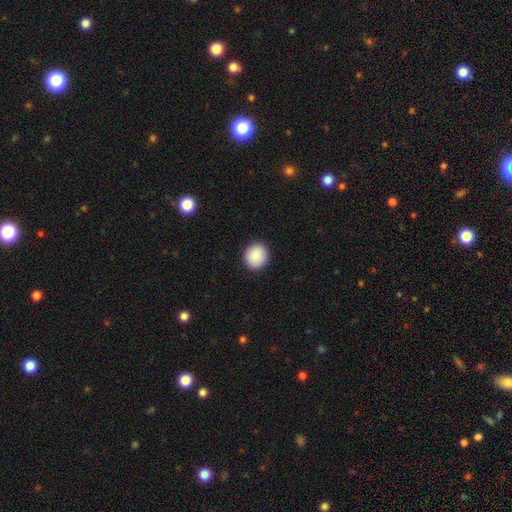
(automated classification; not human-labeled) smooth_or_featured: smooth (p=0.89) [alt: star or artifact p=0.07]
how_rounded: round (p=0.87) [alt: in between p=0.12]
merging: none (p=0.92) [alt: minor disturbance p=0.06]